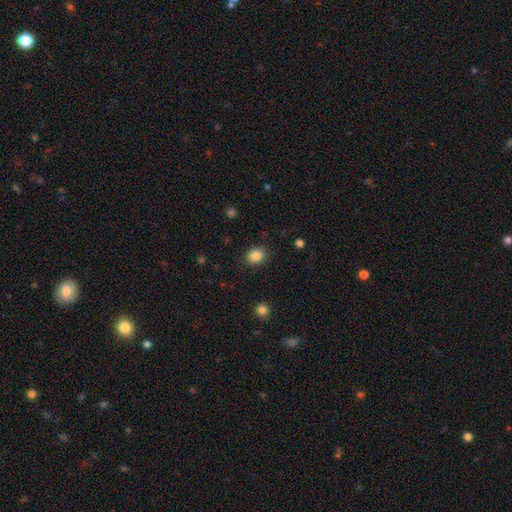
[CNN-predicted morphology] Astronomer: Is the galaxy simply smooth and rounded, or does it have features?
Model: smooth — 86%.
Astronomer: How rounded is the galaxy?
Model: in between — 50%, tied with round at 50%.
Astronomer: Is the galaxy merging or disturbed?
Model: none — 88%.